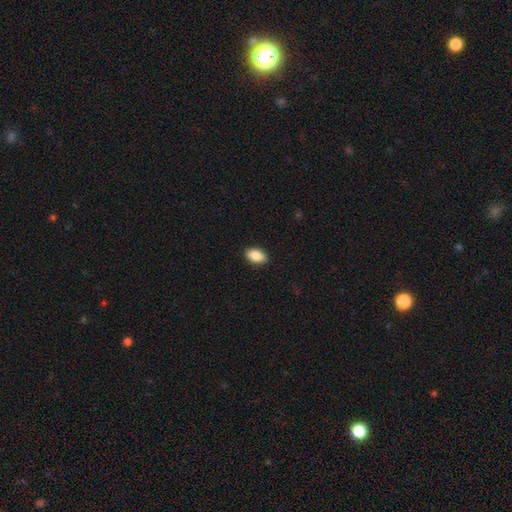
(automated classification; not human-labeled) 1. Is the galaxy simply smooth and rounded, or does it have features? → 86% smooth, 7% star or artifact, 7% featured or disk.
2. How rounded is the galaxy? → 90% in between, 7% round, 3% cigar-shaped.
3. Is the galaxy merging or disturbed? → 89% none, 8% minor disturbance, 2% major disturbance, 1% merger.